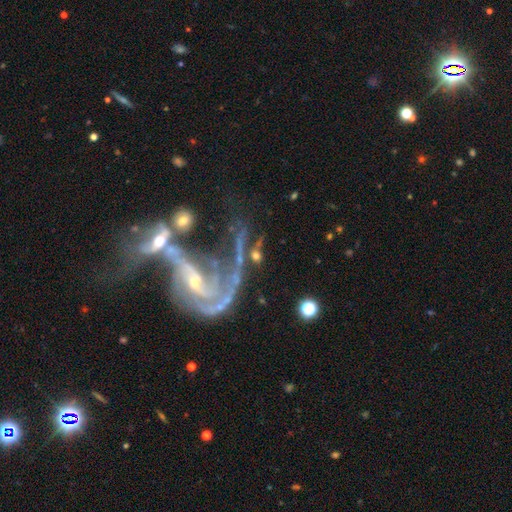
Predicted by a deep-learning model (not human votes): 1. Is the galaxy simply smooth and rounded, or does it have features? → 51% featured or disk, 31% smooth, 17% star or artifact.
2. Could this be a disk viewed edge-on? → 86% no, 14% yes.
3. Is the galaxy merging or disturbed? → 49% none, 19% major disturbance, 16% minor disturbance, 16% merger.